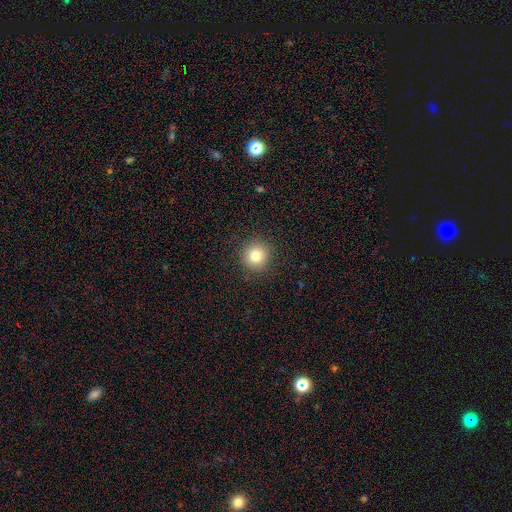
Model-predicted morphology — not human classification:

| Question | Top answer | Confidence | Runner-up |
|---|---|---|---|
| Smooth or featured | smooth | 81% | star or artifact (11%) |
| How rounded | round | 94% | in between (5%) |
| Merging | none | 91% | minor disturbance (6%) |